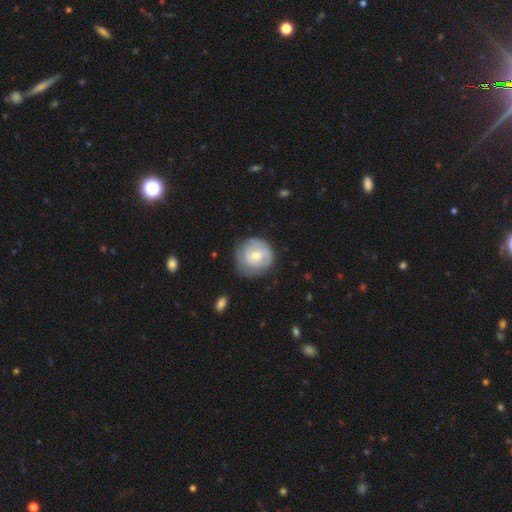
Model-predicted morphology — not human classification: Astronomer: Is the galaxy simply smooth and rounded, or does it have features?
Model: featured or disk — 53% (runner-up: smooth, 41%).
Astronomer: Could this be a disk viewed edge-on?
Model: no — 97%.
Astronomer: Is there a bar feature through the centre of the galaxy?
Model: no — 64%.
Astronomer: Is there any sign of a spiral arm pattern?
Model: yes — 78%.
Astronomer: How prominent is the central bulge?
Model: small — 48% (runner-up: moderate, 47%).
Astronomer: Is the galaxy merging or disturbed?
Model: none — 69%.